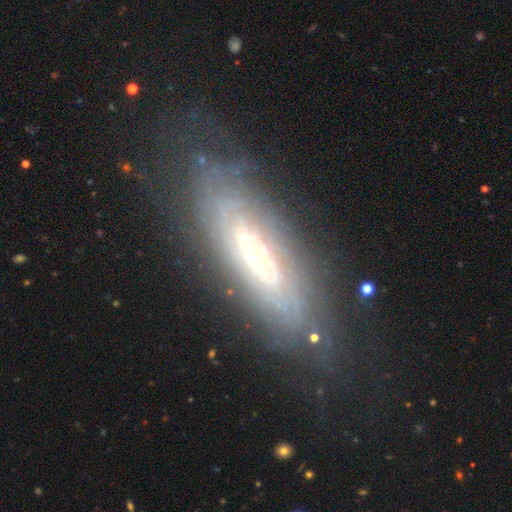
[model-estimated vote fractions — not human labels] Smooth or featured? Predicted: featured or disk (p=0.81). Edge-on disk? Predicted: no (p=0.81). Bar? Predicted: no (p=0.61). Spiral arms? Predicted: yes (p=0.87). Spiral winding? Predicted: tight (p=0.80). Spiral arm count? Predicted: can't tell (p=0.64). Bulge size? Predicted: small (p=0.62). Merging? Predicted: none (p=0.75).